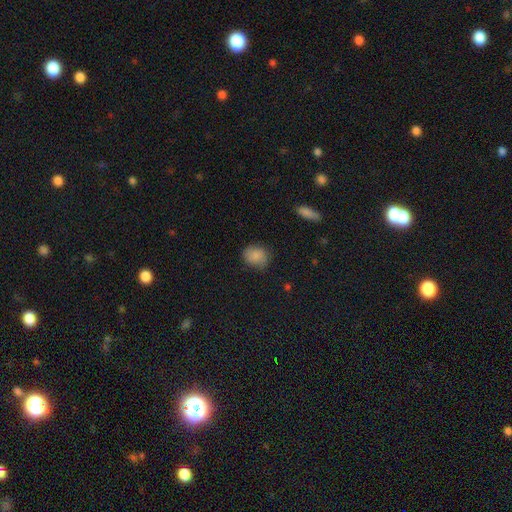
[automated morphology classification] smooth 84%, star or artifact 9%, featured or disk 7%. Down the decision tree: how rounded — round (60%); merging — none (77%).